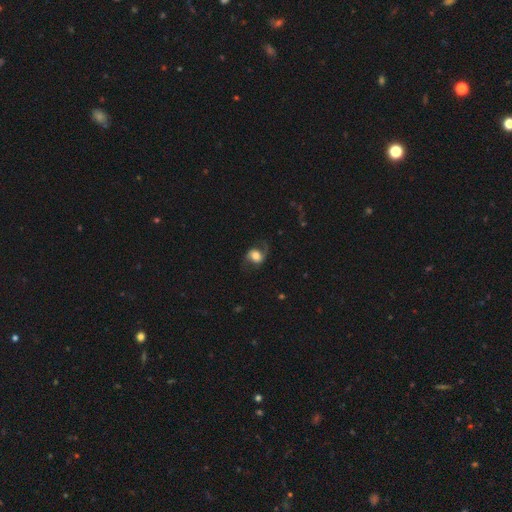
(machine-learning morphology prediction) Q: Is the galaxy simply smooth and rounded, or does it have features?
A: featured or disk — 63%.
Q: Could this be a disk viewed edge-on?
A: no — 96%.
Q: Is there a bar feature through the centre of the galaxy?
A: no — 57%.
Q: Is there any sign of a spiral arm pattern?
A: yes — 91%.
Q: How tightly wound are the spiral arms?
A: loose — 58%.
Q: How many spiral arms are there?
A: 2 — 90%.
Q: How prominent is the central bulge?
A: moderate — 43%.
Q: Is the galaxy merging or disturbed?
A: none — 71%.